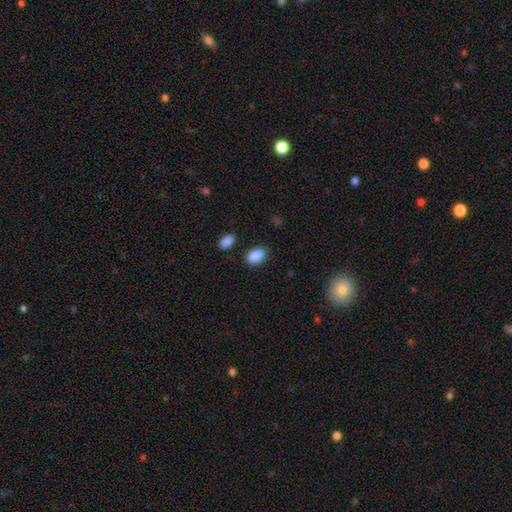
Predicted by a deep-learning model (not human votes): Q: Smooth or featured?
A: smooth (88%); runner-up: star or artifact (8%)
Q: How rounded?
A: in between (86%); runner-up: round (12%)
Q: Merging?
A: none (75%); runner-up: minor disturbance (17%)